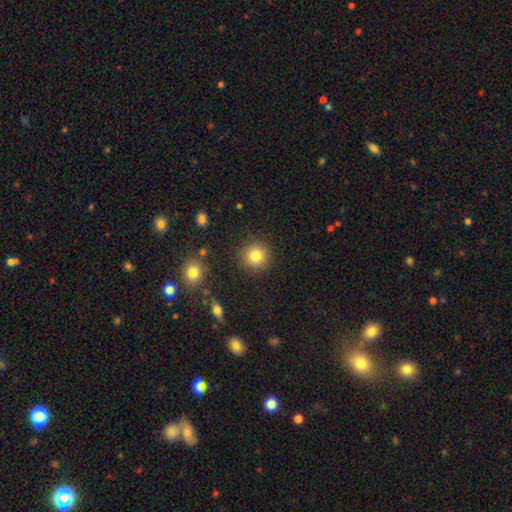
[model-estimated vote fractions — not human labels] Smooth or featured?
  - smooth: 83% *
  - star or artifact: 11%
  - featured or disk: 6%
How rounded?
  - round: 93% *
  - in between: 6%
  - cigar-shaped: 1%
Merging?
  - none: 88% *
  - minor disturbance: 7%
  - major disturbance: 3%
  - merger: 2%